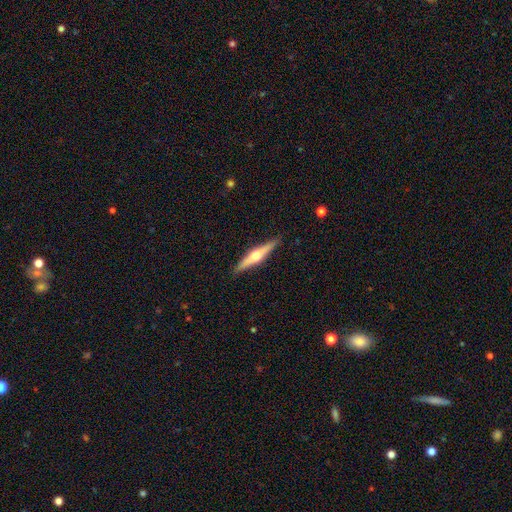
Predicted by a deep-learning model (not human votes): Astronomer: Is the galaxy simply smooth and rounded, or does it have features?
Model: featured or disk — 69%.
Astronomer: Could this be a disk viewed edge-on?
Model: yes — 98%.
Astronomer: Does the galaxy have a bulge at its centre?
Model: rounded — 93%.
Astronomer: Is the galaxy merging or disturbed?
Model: none — 90%.